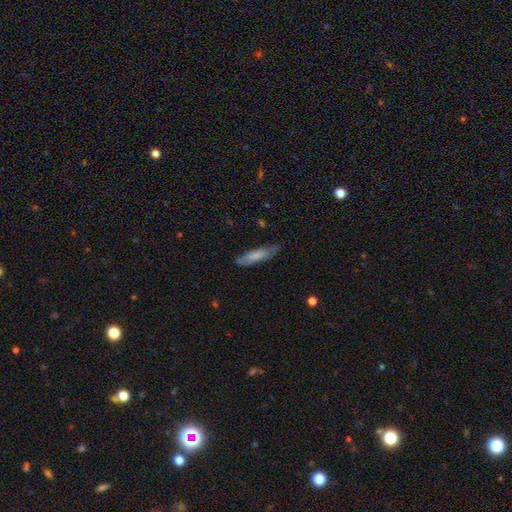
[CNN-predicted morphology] smooth-or-featured: smooth: 74% | featured or disk: 21% | star or artifact: 6%
  how-rounded: cigar-shaped: 72% | in between: 27% | round: 1%
  merging: none: 72% | minor disturbance: 22% | major disturbance: 4% | merger: 1%